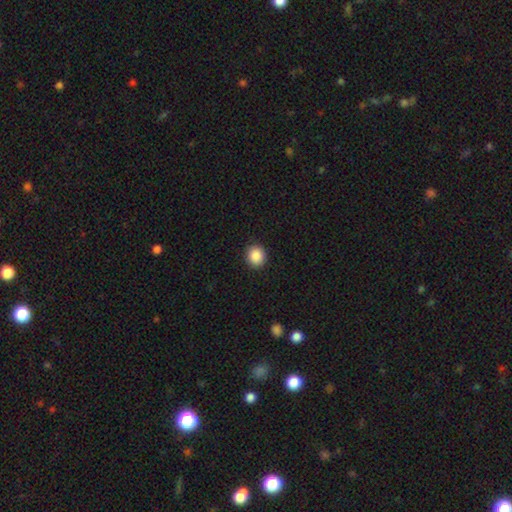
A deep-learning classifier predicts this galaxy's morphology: smooth-or-featured: smooth: 88% | star or artifact: 9% | featured or disk: 3%
  how-rounded: round: 86% | in between: 14% | cigar-shaped: 1%
  merging: none: 91% | minor disturbance: 6% | major disturbance: 2% | merger: 1%